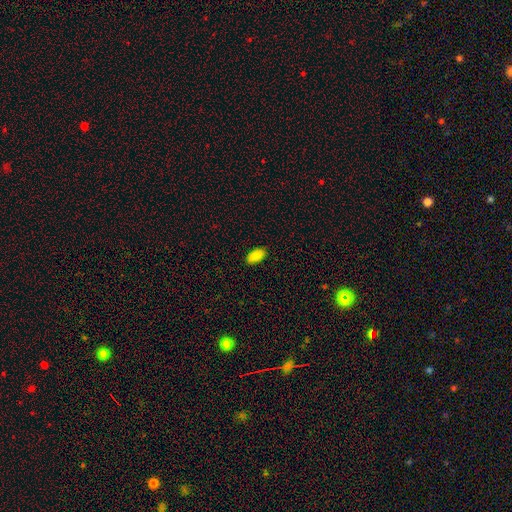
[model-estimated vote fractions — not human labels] smooth-or-featured: smooth: 89% | star or artifact: 8% | featured or disk: 3%
  how-rounded: in between: 93% | cigar-shaped: 4% | round: 3%
  merging: none: 88% | minor disturbance: 9% | major disturbance: 2% | merger: 1%